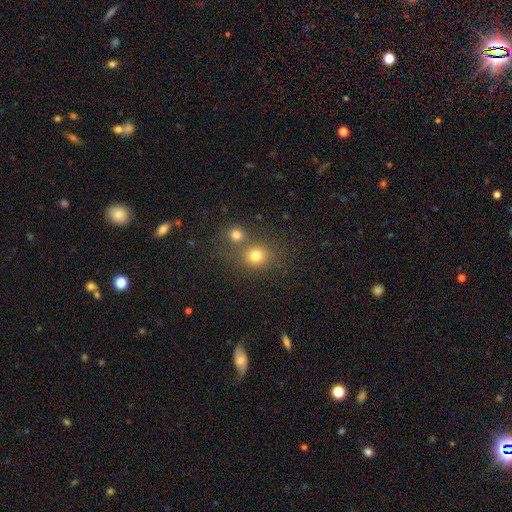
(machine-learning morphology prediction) This is likely a smooth galaxy (76%). How rounded: clearly round (81%). Merging: possibly none (57%).